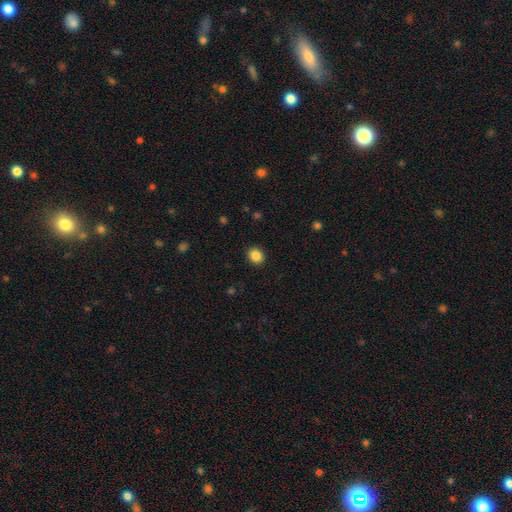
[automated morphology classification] The model was most divided on "how rounded": round: 75%, in between: 24%, cigar-shaped: 1%. More confident: merging — none (91%); smooth or featured — smooth (86%).